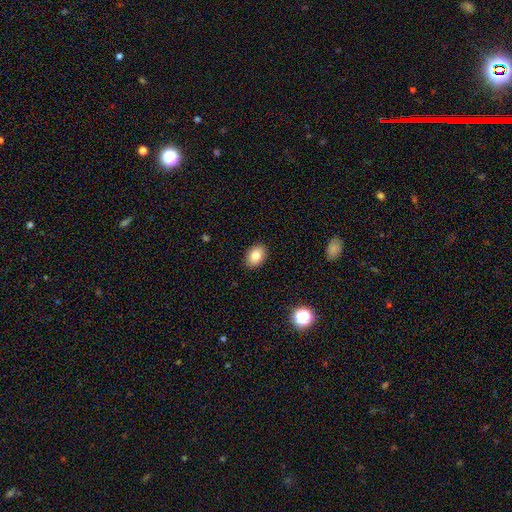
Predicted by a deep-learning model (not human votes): Overall: smooth (82%). How rounded: in between (78%). Merging: none (89%).